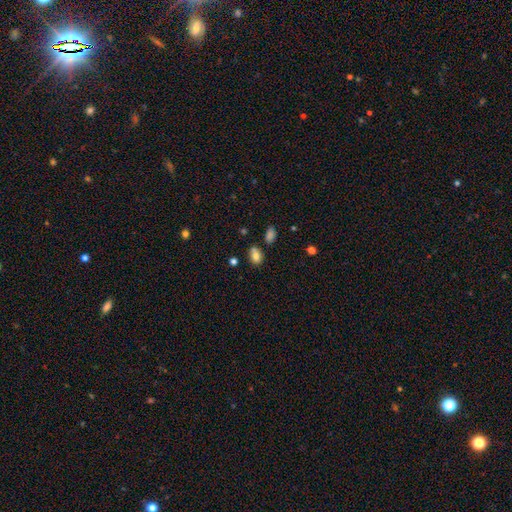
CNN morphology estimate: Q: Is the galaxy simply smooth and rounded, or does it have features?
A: smooth — 78%.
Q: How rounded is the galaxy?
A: in between — 69%.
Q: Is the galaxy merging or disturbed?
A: none — 56%.